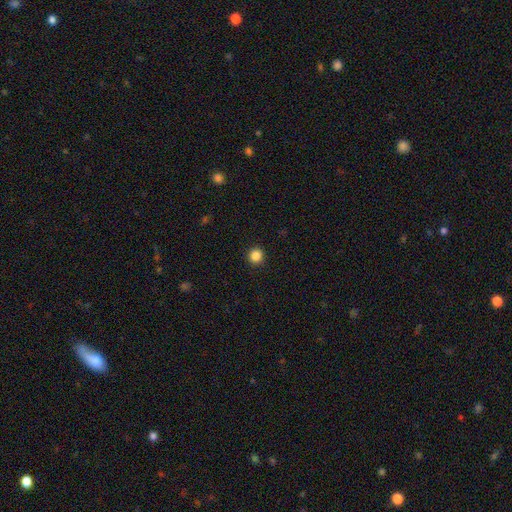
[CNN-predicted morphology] The model was most divided on "smooth or featured": smooth: 86%, star or artifact: 11%, featured or disk: 3%. More confident: how rounded — round (95%); merging — none (93%).